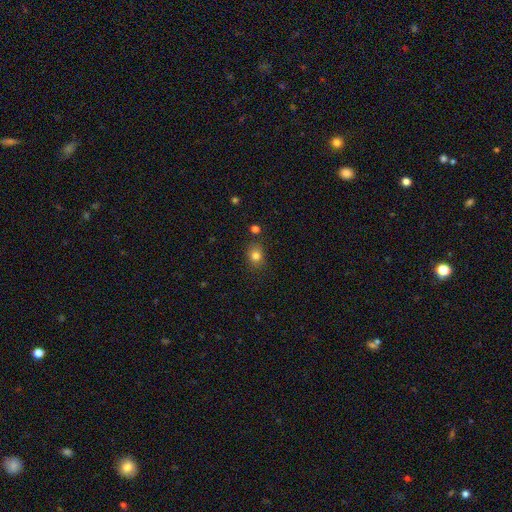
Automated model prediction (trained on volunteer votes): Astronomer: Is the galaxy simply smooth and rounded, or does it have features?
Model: smooth — 81%.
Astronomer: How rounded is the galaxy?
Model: round — 57% (runner-up: in between, 42%).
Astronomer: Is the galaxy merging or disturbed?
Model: none — 81%.